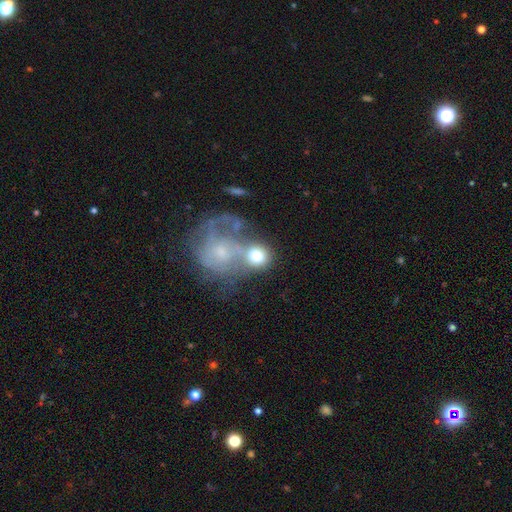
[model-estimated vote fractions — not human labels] smooth-or-featured: smooth: 61% | featured or disk: 29% | star or artifact: 9%
  how-rounded: round: 76% | in between: 23% | cigar-shaped: 1%
  merging: merger: 48% | none: 27% | major disturbance: 14% | minor disturbance: 11%